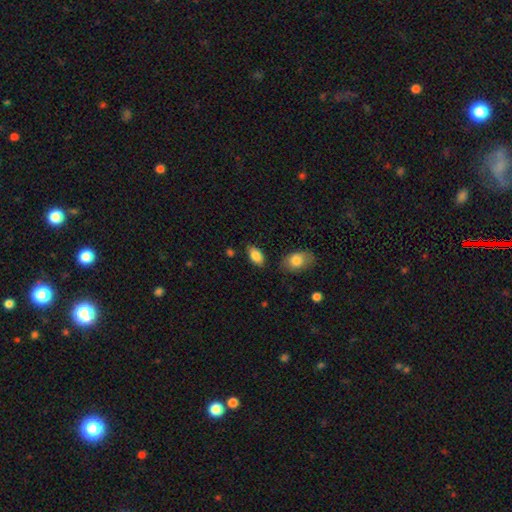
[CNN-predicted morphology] Smooth or featured? Predicted: smooth (p=0.84). How rounded? Predicted: in between (p=0.93). Merging? Predicted: none (p=0.80).